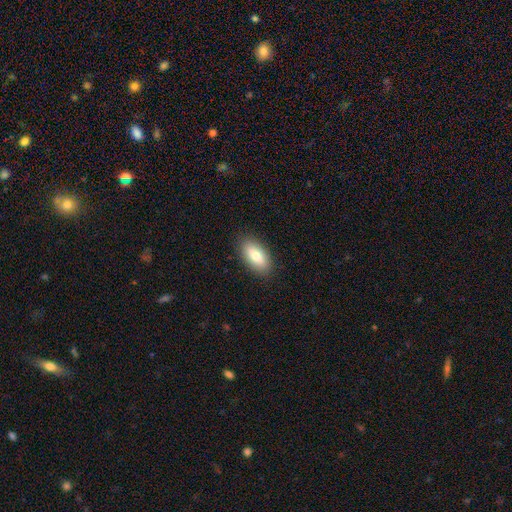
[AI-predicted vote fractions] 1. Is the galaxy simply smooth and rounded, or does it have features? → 77% smooth, 16% featured or disk, 7% star or artifact.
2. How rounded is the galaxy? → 91% in between, 5% cigar-shaped, 4% round.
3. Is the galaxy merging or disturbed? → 88% none, 9% minor disturbance, 2% major disturbance, 1% merger.